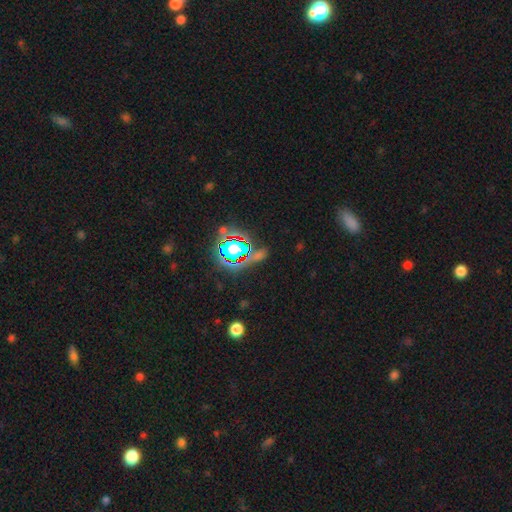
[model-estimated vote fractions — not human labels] star or artifact 71%, smooth 19%, featured or disk 10%.